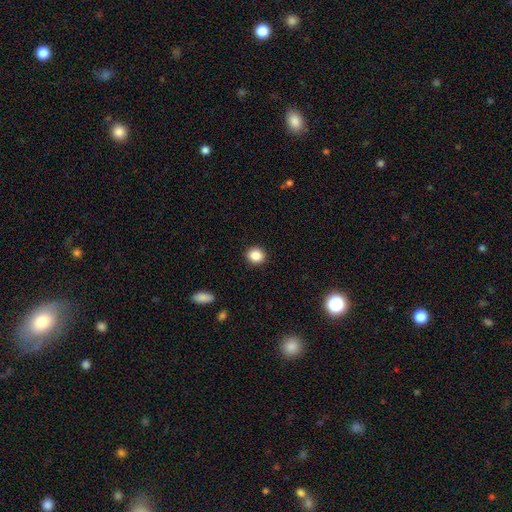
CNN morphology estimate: Overall: smooth (86%). How rounded: round (85%). Merging: none (92%).